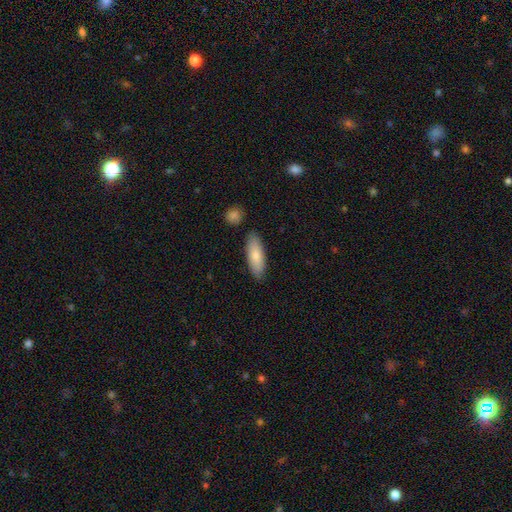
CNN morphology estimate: A smooth galaxy with no disk features (80%) that is in between round and cigar-shaped (71%).

Vote fractions:
- Smooth or featured? smooth: 80% / featured or disk: 14% / star or artifact: 5%
- How rounded? in between: 71% / cigar-shaped: 27% / round: 2%
- Merging? none: 83% / minor disturbance: 11% / merger: 3% / major disturbance: 2%